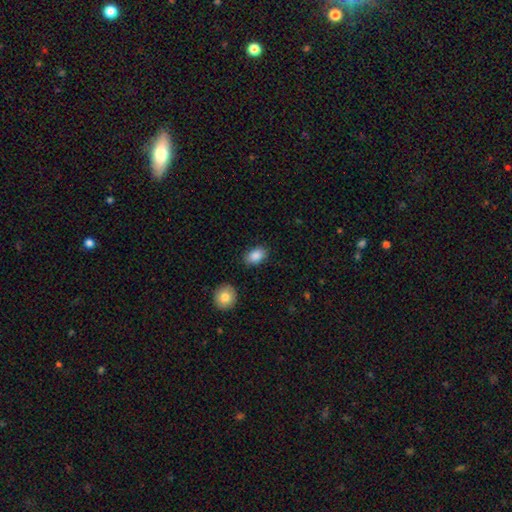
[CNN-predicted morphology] The model was most divided on "how rounded": in between: 85%, round: 14%, cigar-shaped: 1%. More confident: smooth or featured — smooth (88%); merging — none (85%).